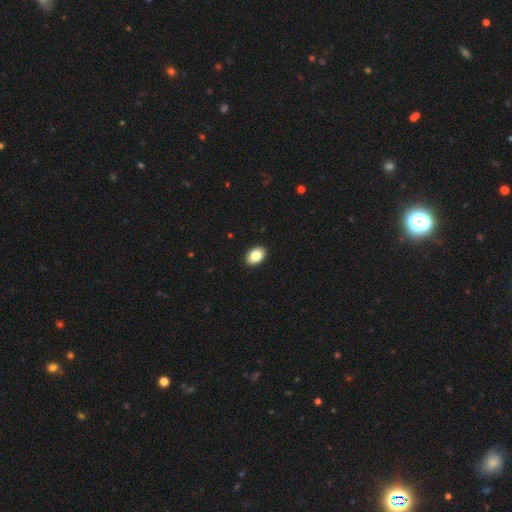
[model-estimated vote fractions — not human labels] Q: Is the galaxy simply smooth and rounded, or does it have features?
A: smooth — 85%.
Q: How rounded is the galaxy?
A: in between — 85%.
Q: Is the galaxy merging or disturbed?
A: none — 92%.